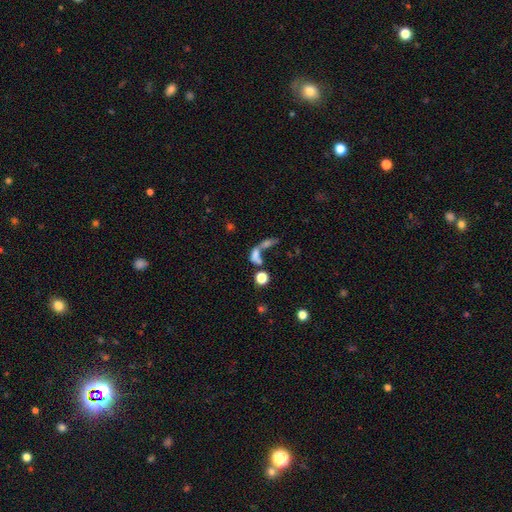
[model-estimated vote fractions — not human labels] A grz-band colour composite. It shows a smooth galaxy with no disk features (57%) that is in between round and cigar-shaped (62%). Merging: merger (57%).